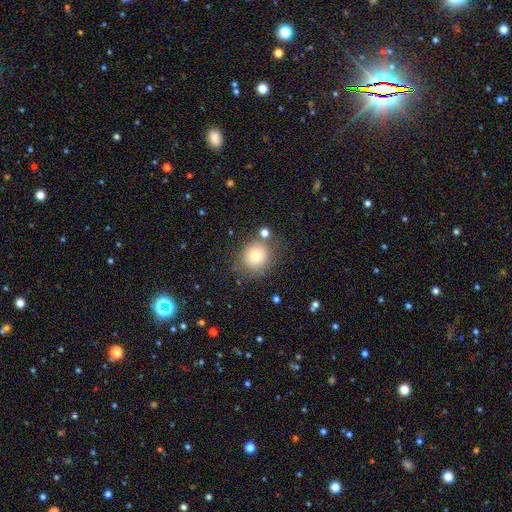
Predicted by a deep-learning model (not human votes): A smooth galaxy with no disk features (75%) that is round (86%). Merging: none (75%).